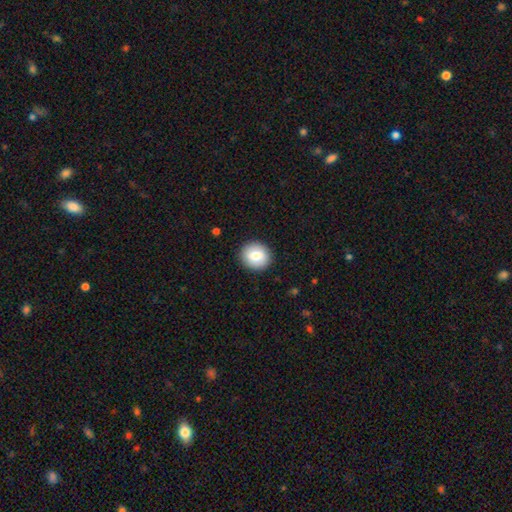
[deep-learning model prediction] Overall: smooth (77%). How rounded: round (84%). Merging: none (91%).